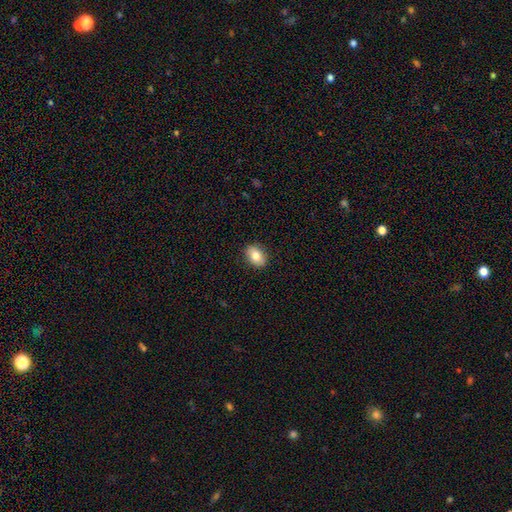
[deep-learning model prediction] A smooth galaxy with no disk features (83%) that is in between round and cigar-shaped (79%). Merging: none (89%).